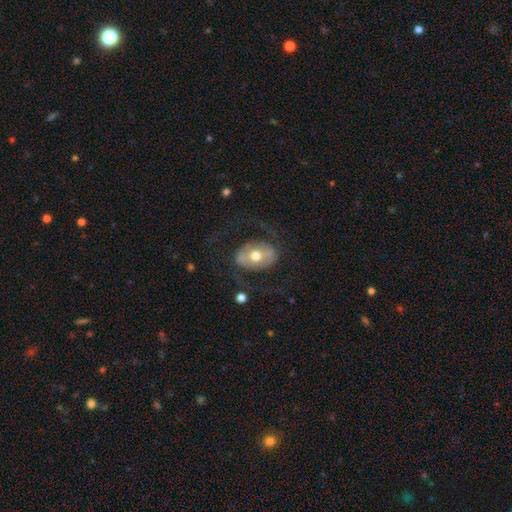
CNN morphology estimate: Smooth or featured? featured or disk (61%)
Edge-on disk? no (94%)
Bar? no (50%)
Spiral arms? yes (55%)
Bulge size? moderate (73%)
Merging? none (68%)